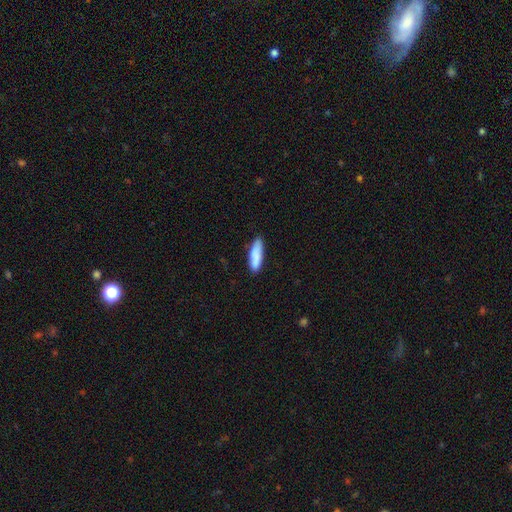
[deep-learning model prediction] smooth_or_featured: smooth (p=0.86) [alt: featured or disk p=0.08]
how_rounded: cigar-shaped (p=0.56) [alt: in between p=0.42]
merging: none (p=0.83) [alt: minor disturbance p=0.14]